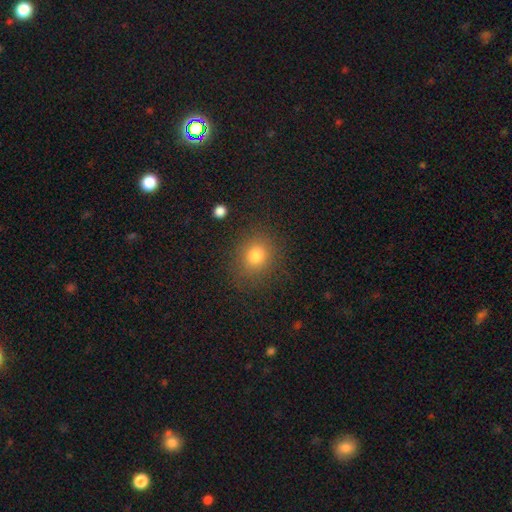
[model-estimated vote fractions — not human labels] smooth_or_featured: smooth (p=0.80) [alt: star or artifact p=0.12]
how_rounded: round (p=0.67) [alt: in between p=0.32]
merging: none (p=0.83) [alt: minor disturbance p=0.11]